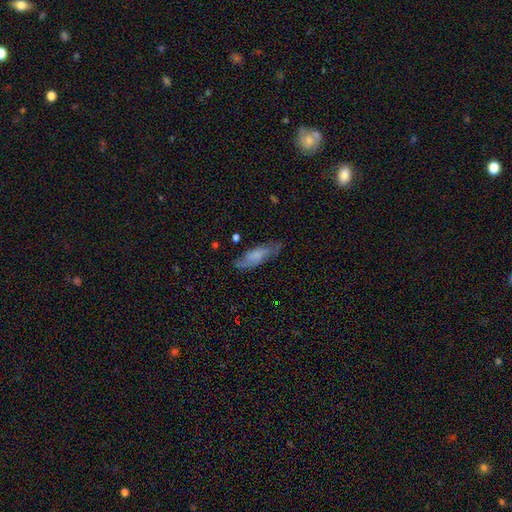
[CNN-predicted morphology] smooth-or-featured: smooth: 53% | featured or disk: 39% | star or artifact: 7%
  how-rounded: in between: 56% | cigar-shaped: 42% | round: 2%
  merging: none: 69% | minor disturbance: 22% | major disturbance: 7% | merger: 2%